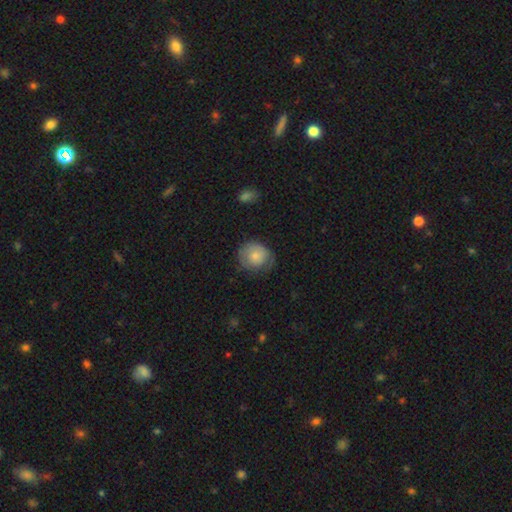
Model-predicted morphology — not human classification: smooth 73%, featured or disk 20%, star or artifact 7%. Down the decision tree: how rounded — round (80%); merging — none (60%).